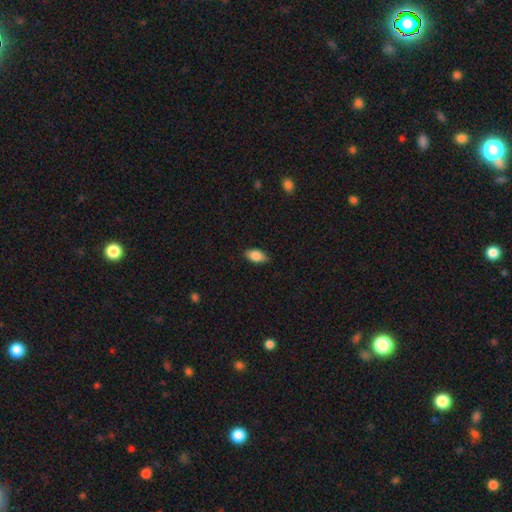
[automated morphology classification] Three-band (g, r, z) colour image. It shows a smooth galaxy with no disk features (84%) that is in between round and cigar-shaped (91%). Merging: none (85%).